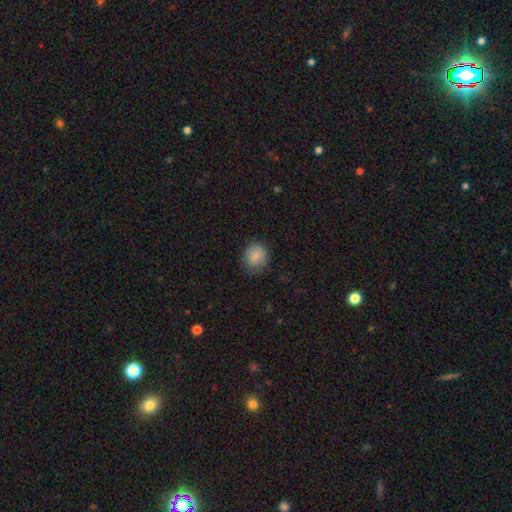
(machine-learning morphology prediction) Smooth or featured? smooth (83%)
How rounded? round (80%)
Merging? none (77%)